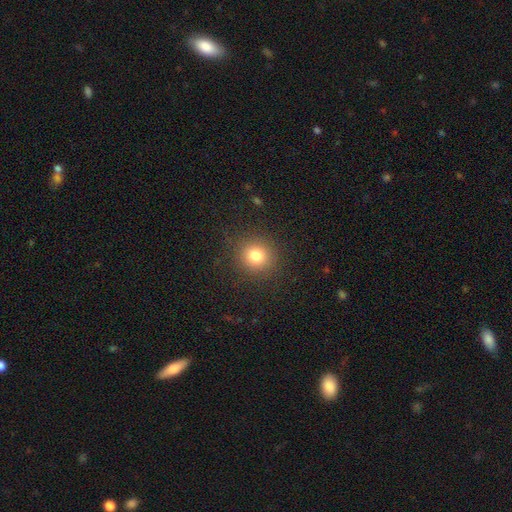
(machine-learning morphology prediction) smooth_or_featured: smooth (p=0.80) [alt: star or artifact p=0.13]
how_rounded: round (p=0.91) [alt: in between p=0.08]
merging: none (p=0.89) [alt: minor disturbance p=0.07]